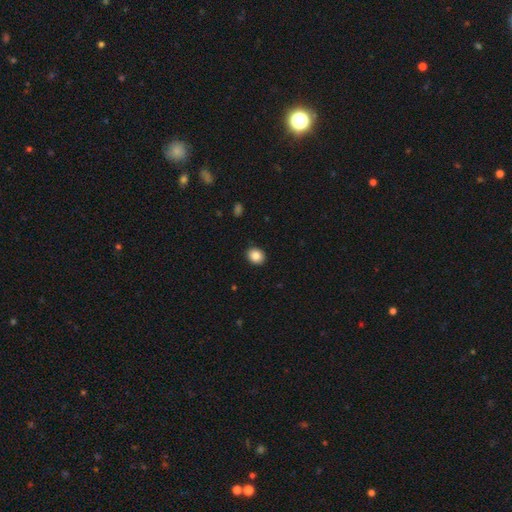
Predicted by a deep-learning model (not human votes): Smooth or featured? Predicted: smooth (p=0.85). How rounded? Predicted: round (p=0.59). Merging? Predicted: none (p=0.90).